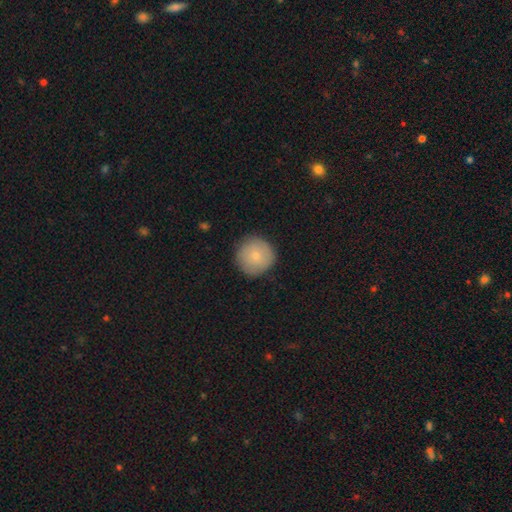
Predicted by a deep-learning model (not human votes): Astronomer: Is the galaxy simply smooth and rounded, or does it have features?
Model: smooth — 79%.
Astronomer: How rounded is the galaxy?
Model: round — 95%.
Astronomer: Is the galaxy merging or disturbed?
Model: none — 86%.